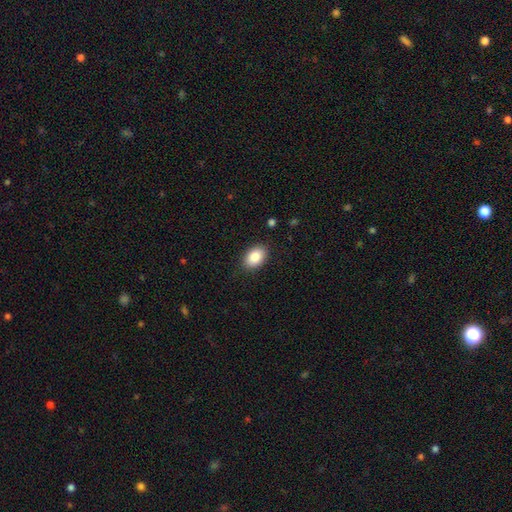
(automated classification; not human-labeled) Smooth or featured? smooth (87%)
How rounded? in between (86%)
Merging? none (88%)